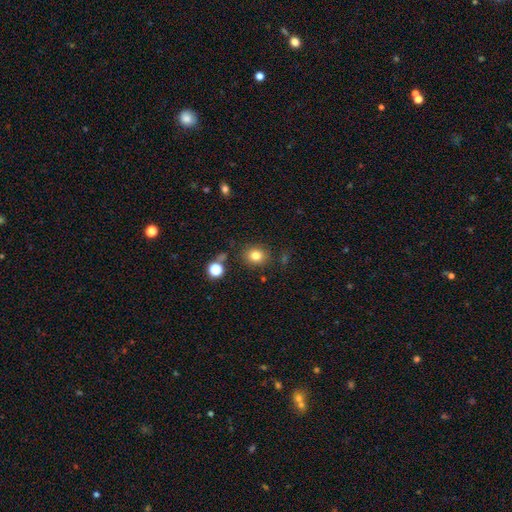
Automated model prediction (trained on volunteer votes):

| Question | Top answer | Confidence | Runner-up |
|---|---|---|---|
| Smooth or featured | smooth | 80% | star or artifact (12%) |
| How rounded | round | 73% | in between (26%) |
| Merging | none | 82% | minor disturbance (10%) |